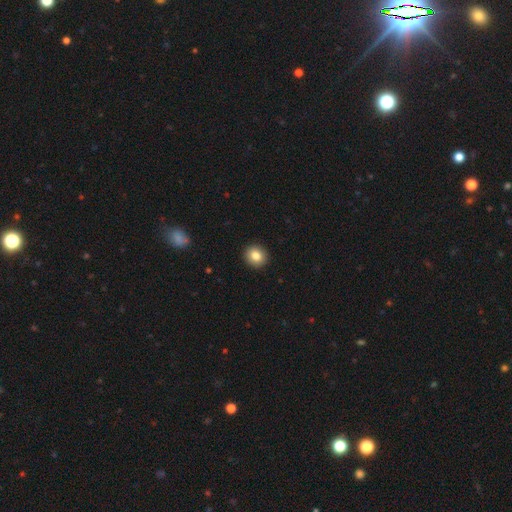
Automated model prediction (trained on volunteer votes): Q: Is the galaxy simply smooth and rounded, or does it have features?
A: smooth — 84%.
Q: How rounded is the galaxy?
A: round — 82%.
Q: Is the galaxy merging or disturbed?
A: none — 93%.